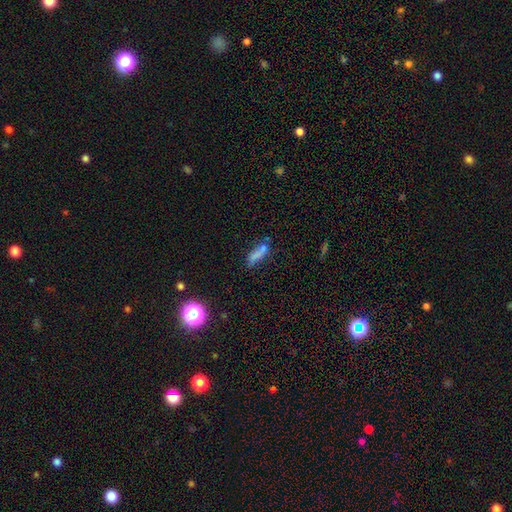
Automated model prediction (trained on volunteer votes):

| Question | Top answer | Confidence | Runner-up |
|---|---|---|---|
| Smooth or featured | smooth | 63% | featured or disk (20%) |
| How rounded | cigar-shaped | 60% | in between (35%) |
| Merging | none | 53% | minor disturbance (22%) |